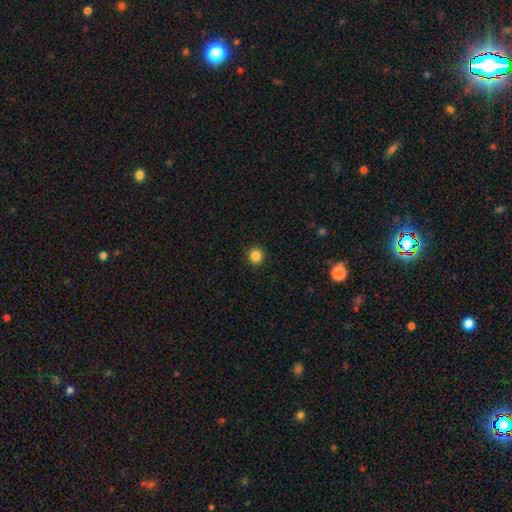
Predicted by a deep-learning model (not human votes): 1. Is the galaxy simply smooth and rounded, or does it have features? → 85% smooth, 11% star or artifact, 4% featured or disk.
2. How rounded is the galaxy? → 93% round, 6% in between, 1% cigar-shaped.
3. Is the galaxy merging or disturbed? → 93% none, 5% minor disturbance, 2% major disturbance, 1% merger.